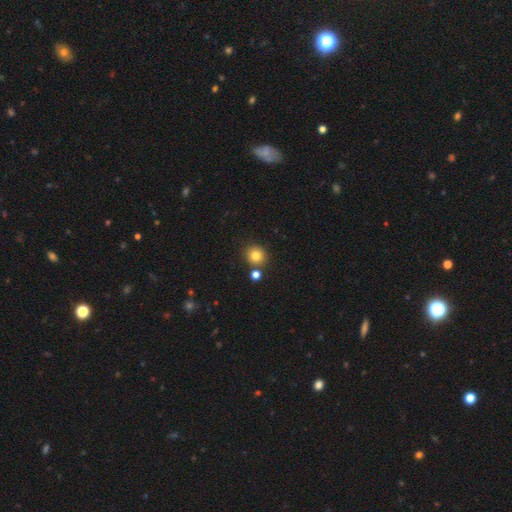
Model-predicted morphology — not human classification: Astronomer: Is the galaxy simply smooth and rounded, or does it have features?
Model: smooth — 81%.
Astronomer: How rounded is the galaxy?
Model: round — 88%.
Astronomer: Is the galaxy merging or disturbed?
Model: none — 79%.